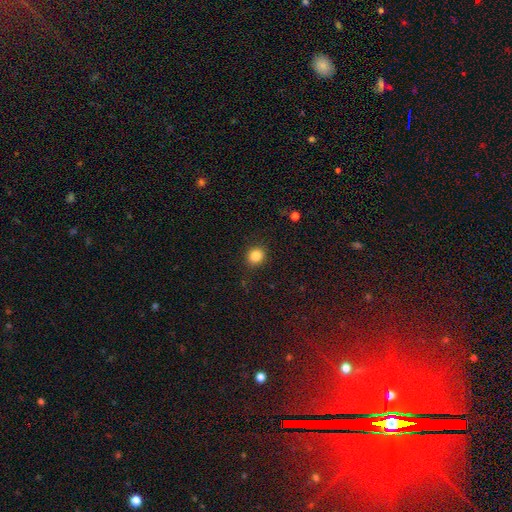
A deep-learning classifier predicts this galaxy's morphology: smooth 85%, star or artifact 11%, featured or disk 4%. Down the decision tree: how rounded — round (79%); merging — none (89%).